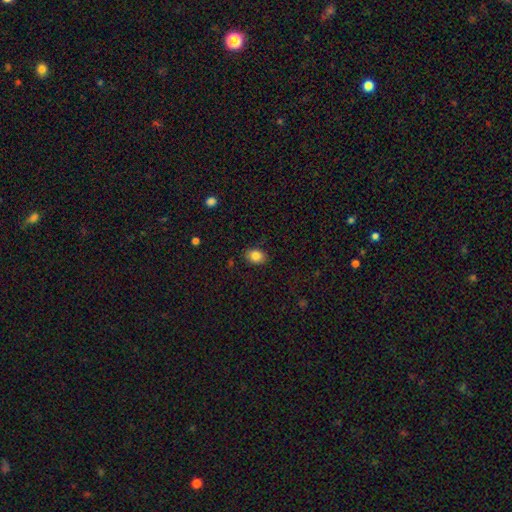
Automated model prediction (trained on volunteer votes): A smooth galaxy with no disk features (85%) that is in between round and cigar-shaped (70%).

Vote fractions:
- Smooth or featured? smooth: 85% / star or artifact: 9% / featured or disk: 6%
- How rounded? in between: 70% / round: 29% / cigar-shaped: 1%
- Merging? none: 86% / minor disturbance: 10% / major disturbance: 2% / merger: 1%